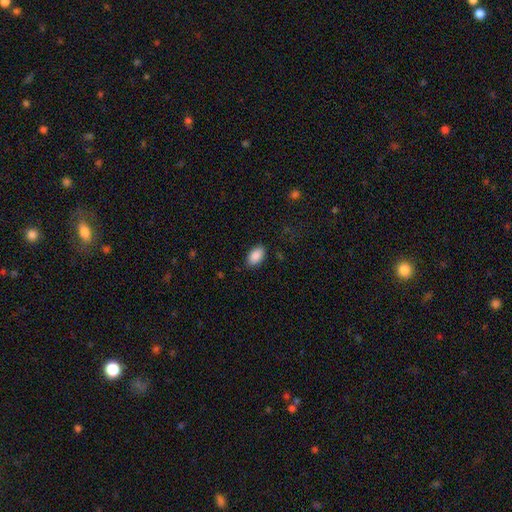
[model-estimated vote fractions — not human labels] Smooth or featured? smooth (90%)
How rounded? in between (93%)
Merging? none (86%)